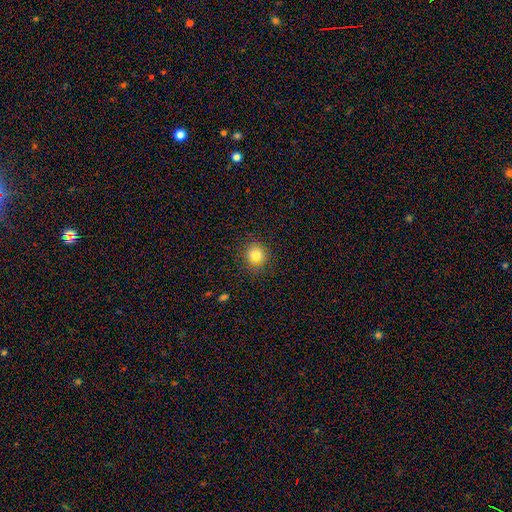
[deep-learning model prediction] This is likely a smooth galaxy (80%). How rounded: clearly round (90%). Merging: clearly none (88%).